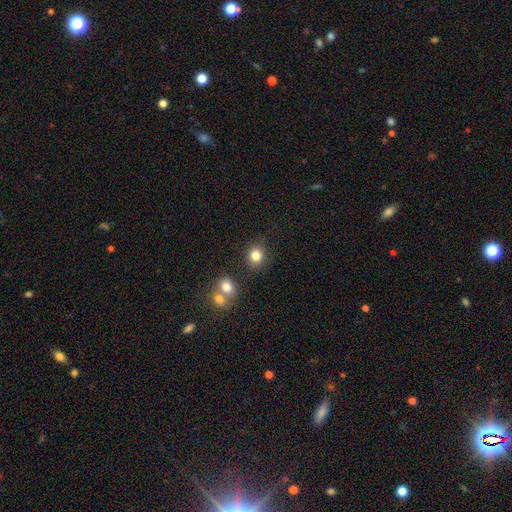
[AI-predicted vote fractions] A smooth galaxy with no disk features (82%) that is round (80%). Merging: none (80%).